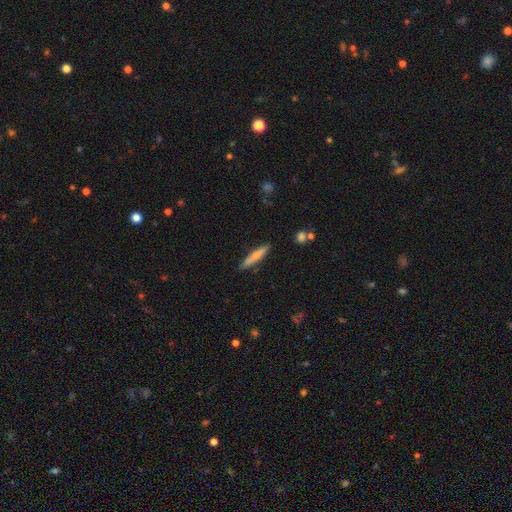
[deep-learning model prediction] Morphology: type=smooth (67%); roundness=cigar-shaped (92%); merging=none (88%).